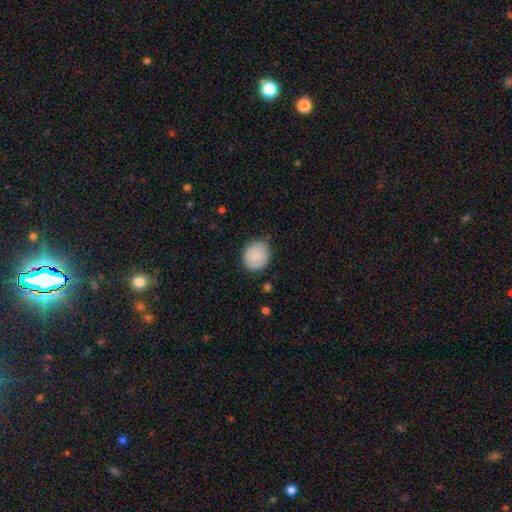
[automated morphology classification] The model was most divided on "how rounded": round: 54%, in between: 45%, cigar-shaped: 1%. More confident: smooth or featured — smooth (87%); merging — none (70%).